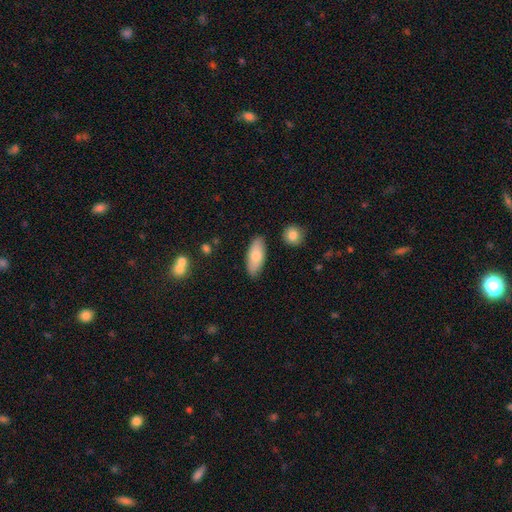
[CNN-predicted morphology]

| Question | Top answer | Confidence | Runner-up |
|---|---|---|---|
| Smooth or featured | smooth | 76% | featured or disk (18%) |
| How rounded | in between | 82% | cigar-shaped (16%) |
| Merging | none | 85% | minor disturbance (10%) |